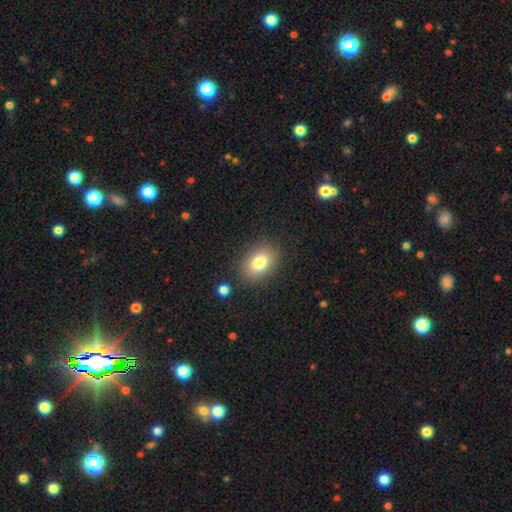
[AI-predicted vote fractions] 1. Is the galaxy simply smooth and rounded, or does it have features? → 62% smooth, 30% star or artifact, 8% featured or disk.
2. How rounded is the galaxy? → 54% in between, 45% round, 2% cigar-shaped.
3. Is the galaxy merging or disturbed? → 89% none, 7% minor disturbance, 2% major disturbance, 2% merger.